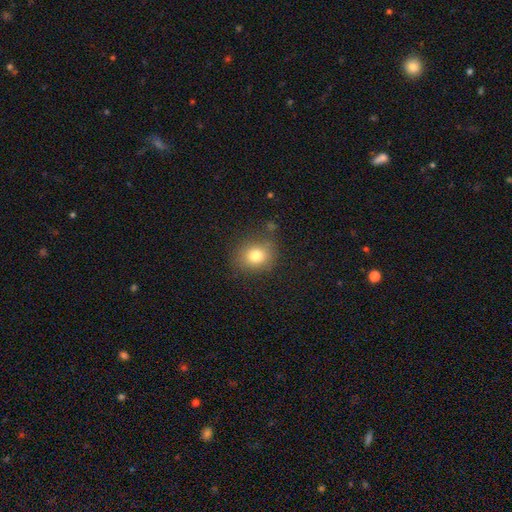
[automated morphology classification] A smooth galaxy with no disk features (78%) that is round (69%).

Vote fractions:
- Smooth or featured? smooth: 78% / star or artifact: 12% / featured or disk: 9%
- How rounded? round: 69% / in between: 30% / cigar-shaped: 1%
- Merging? none: 79% / minor disturbance: 14% / major disturbance: 5% / merger: 2%